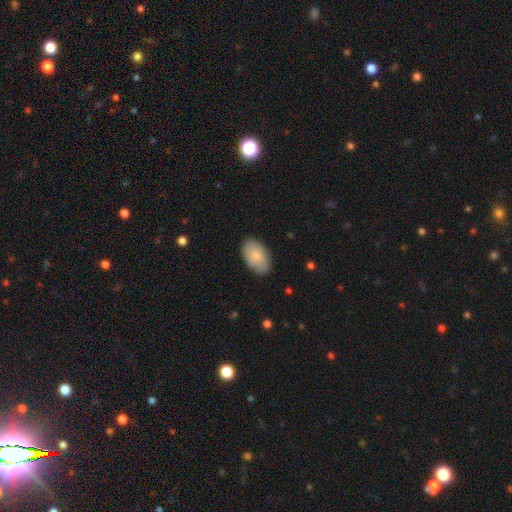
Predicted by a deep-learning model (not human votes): A smooth galaxy with no disk features (81%) that is in between round and cigar-shaped (93%).

Vote fractions:
- Smooth or featured? smooth: 81% / featured or disk: 13% / star or artifact: 6%
- How rounded? in between: 93% / round: 5% / cigar-shaped: 1%
- Merging? none: 86% / minor disturbance: 11% / major disturbance: 2% / merger: 1%